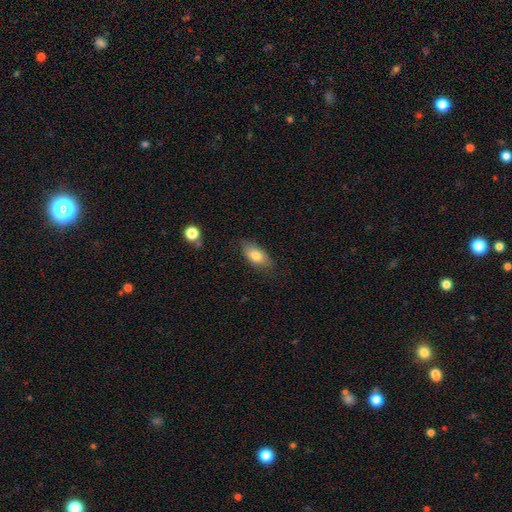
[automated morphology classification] smooth_or_featured: smooth (p=0.79) [alt: featured or disk p=0.14]
how_rounded: in between (p=0.89) [alt: cigar-shaped p=0.07]
merging: none (p=0.77) [alt: minor disturbance p=0.18]